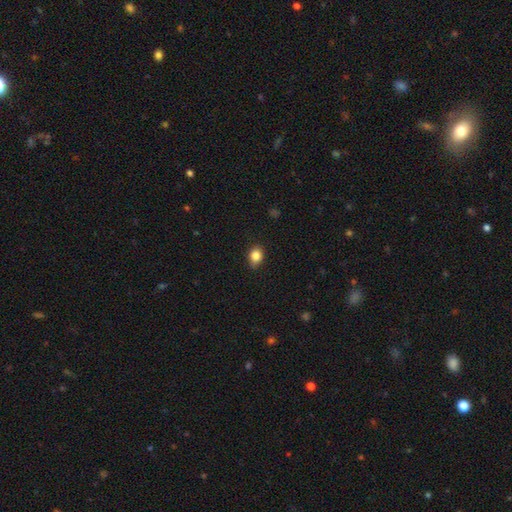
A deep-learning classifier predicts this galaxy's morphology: The model was most divided on "how rounded": round: 50%, in between: 49%, cigar-shaped: 1%. More confident: smooth or featured — smooth (84%); merging — none (81%).